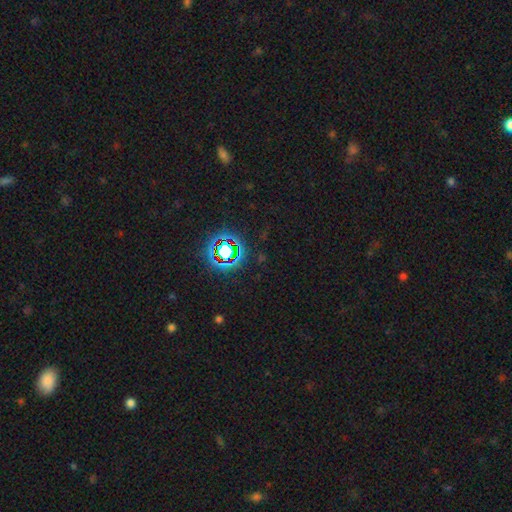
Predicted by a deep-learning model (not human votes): Overall: star or artifact (79%).